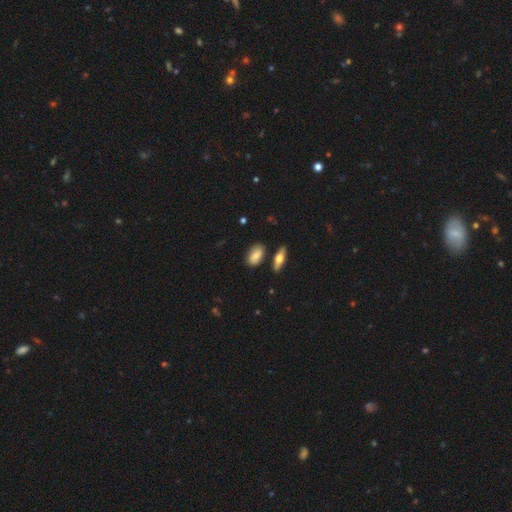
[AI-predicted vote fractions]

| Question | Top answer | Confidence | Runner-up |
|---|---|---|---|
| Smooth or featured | smooth | 79% | featured or disk (14%) |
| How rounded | in between | 88% | cigar-shaped (6%) |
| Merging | none | 78% | minor disturbance (13%) |